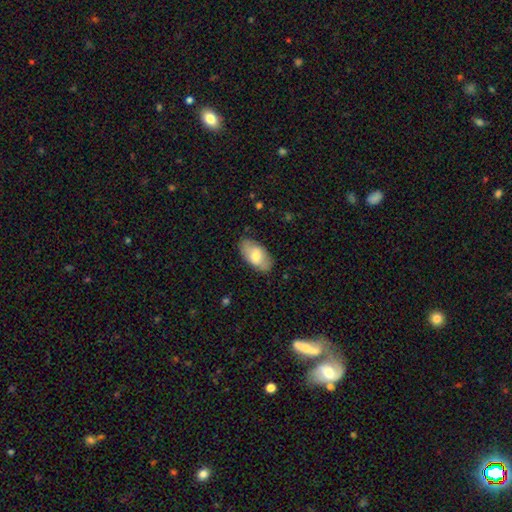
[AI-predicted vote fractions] This appears to be a smooth galaxy with no disk features (68%) that is in between round and cigar-shaped (94%). Merging: none (81%).